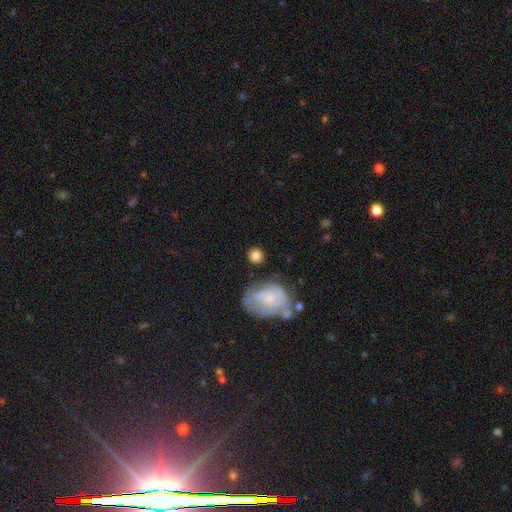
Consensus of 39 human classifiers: A smooth galaxy with no disk features (82%) that is round (88%).

Vote fractions:
- Smooth or featured? smooth: 82% / featured or disk: 13% / star or artifact: 5%
- How rounded? round: 88% / in between: 12% / cigar-shaped: 0%
- Merging? none: 70% / minor disturbance: 14% / major disturbance: 8% / merger: 8%